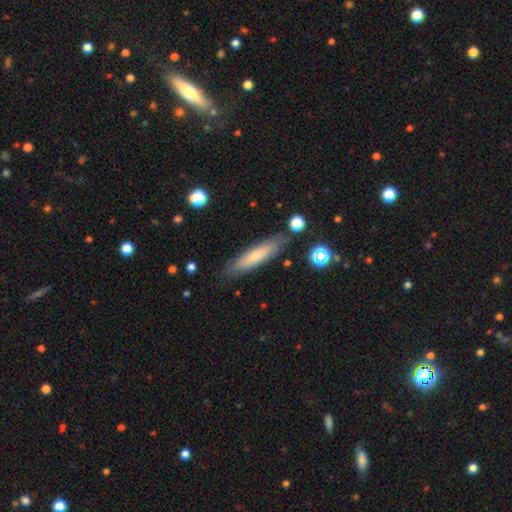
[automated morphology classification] Smooth or featured?
  - smooth: 70% *
  - featured or disk: 23%
  - star or artifact: 7%
How rounded?
  - cigar-shaped: 80% *
  - in between: 19%
  - round: 1%
Merging?
  - none: 82% *
  - minor disturbance: 12%
  - major disturbance: 3%
  - merger: 3%